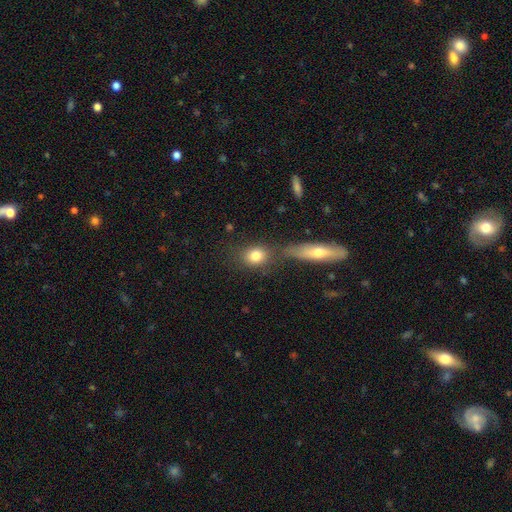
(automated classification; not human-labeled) smooth-or-featured: smooth: 80% | featured or disk: 10% | star or artifact: 9%
  how-rounded: round: 53% | in between: 44% | cigar-shaped: 3%
  merging: none: 62% | merger: 20% | minor disturbance: 12% | major disturbance: 5%